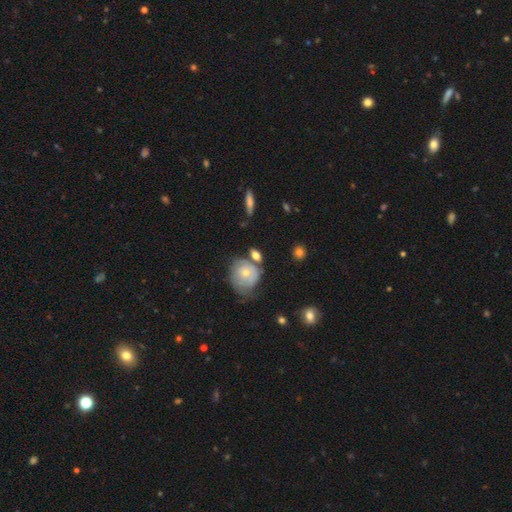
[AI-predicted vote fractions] A smooth galaxy with no disk features (55%) that is round (55%).

Vote fractions:
- Smooth or featured? smooth: 55% / featured or disk: 36% / star or artifact: 10%
- How rounded? round: 55% / in between: 41% / cigar-shaped: 4%
- Merging? none: 49% / minor disturbance: 23% / merger: 18% / major disturbance: 10%